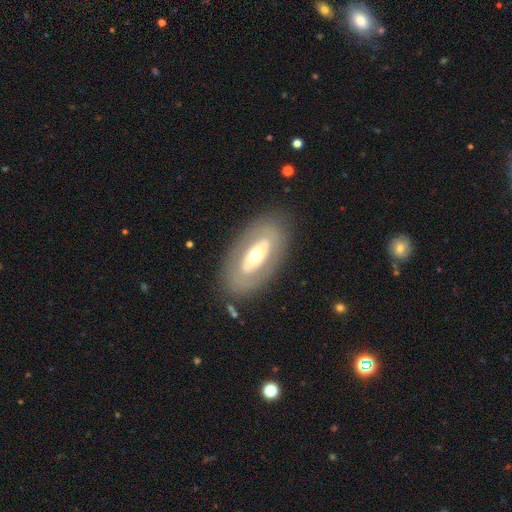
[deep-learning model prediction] Smooth or featured?
  - featured or disk: 57% *
  - smooth: 38%
  - star or artifact: 6%
Edge-on disk?
  - no: 86% *
  - yes: 14%
Merging?
  - none: 83% *
  - minor disturbance: 11%
  - major disturbance: 5%
  - merger: 1%